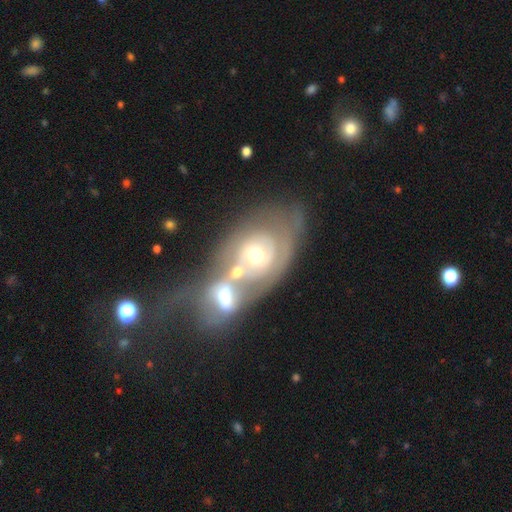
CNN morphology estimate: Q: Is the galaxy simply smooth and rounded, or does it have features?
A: featured or disk — 71%.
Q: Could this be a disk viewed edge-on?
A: no — 95%.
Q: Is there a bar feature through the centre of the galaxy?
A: no — 79%.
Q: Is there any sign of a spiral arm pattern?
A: yes — 53%.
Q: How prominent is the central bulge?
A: moderate — 69%.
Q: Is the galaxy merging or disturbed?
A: merger — 69%.